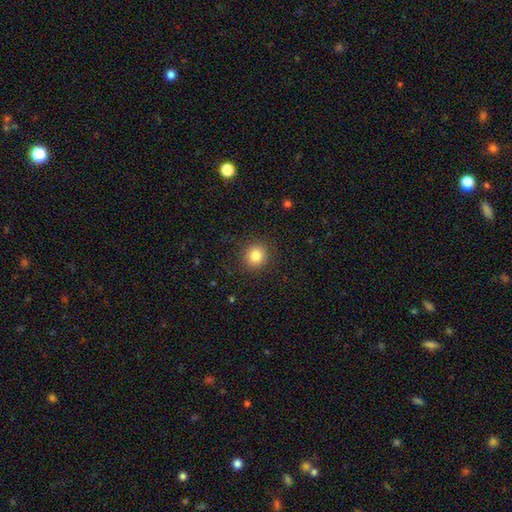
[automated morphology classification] smooth 84%, star or artifact 11%, featured or disk 6%. Down the decision tree: how rounded — round (88%); merging — none (89%).